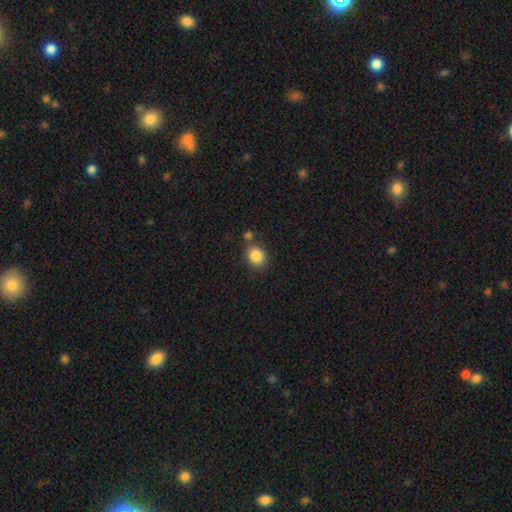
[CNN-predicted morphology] Smooth or featured? Predicted: smooth (p=0.85). How rounded? Predicted: round (p=0.55). Merging? Predicted: none (p=0.69).